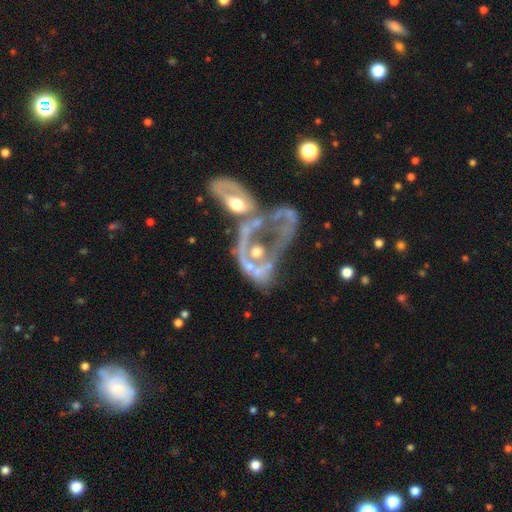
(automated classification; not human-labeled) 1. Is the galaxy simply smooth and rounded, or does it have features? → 72% featured or disk, 15% smooth, 13% star or artifact.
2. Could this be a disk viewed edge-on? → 95% no, 5% yes.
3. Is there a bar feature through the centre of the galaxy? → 85% no, 11% weak, 4% strong.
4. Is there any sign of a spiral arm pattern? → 75% no, 25% yes.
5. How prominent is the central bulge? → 35% none, 31% moderate, 27% small, 5% large, 2% dominant.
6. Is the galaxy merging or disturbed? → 57% merger, 25% major disturbance, 10% none, 7% minor disturbance.